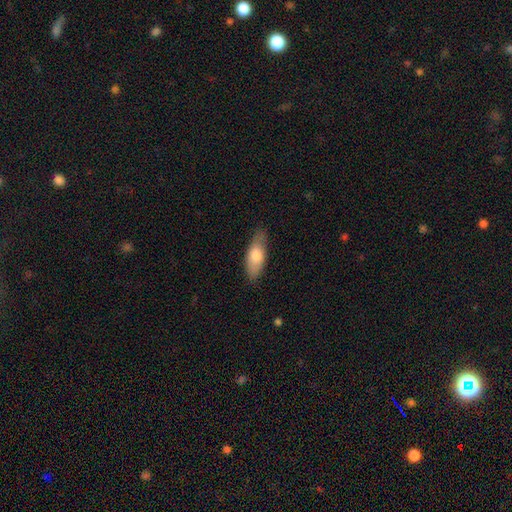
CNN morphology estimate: Smooth or featured?
  - smooth: 72% *
  - featured or disk: 22%
  - star or artifact: 6%
How rounded?
  - in between: 67% *
  - cigar-shaped: 31%
  - round: 2%
Merging?
  - none: 80% *
  - minor disturbance: 16%
  - major disturbance: 3%
  - merger: 1%